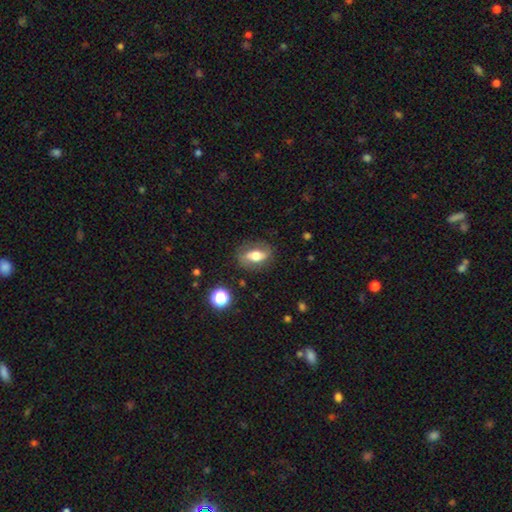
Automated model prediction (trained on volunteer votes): Q: Smooth or featured?
A: smooth (48%); runner-up: featured or disk (44%)
Q: Merging?
A: none (77%); runner-up: minor disturbance (15%)